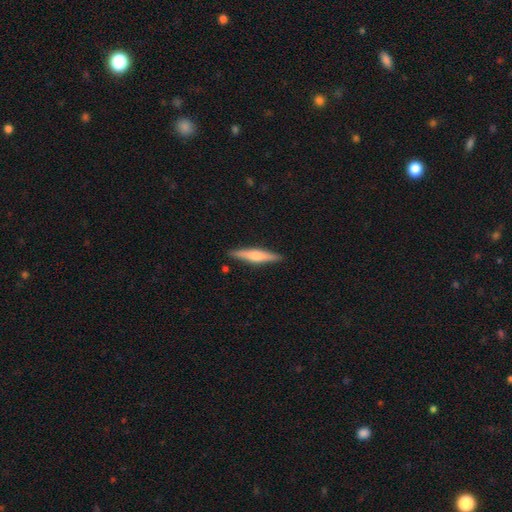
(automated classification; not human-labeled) The model was most divided on "smooth or featured": featured or disk: 48%, smooth: 46%, star or artifact: 6%. More confident: merging — none (89%).